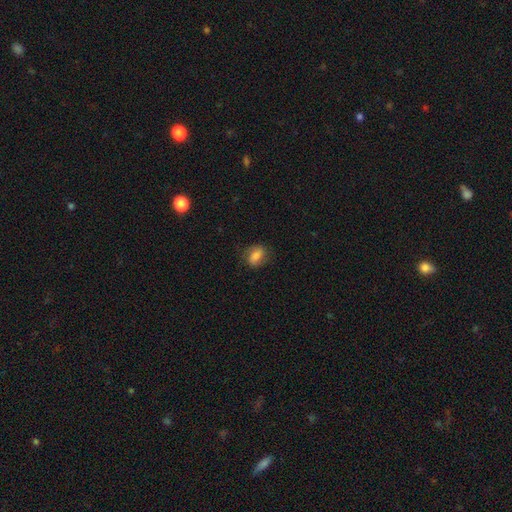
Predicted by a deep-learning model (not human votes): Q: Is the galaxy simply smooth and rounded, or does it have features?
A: smooth — 73%.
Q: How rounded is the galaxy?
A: in between — 74%.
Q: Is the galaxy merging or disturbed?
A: none — 73%.